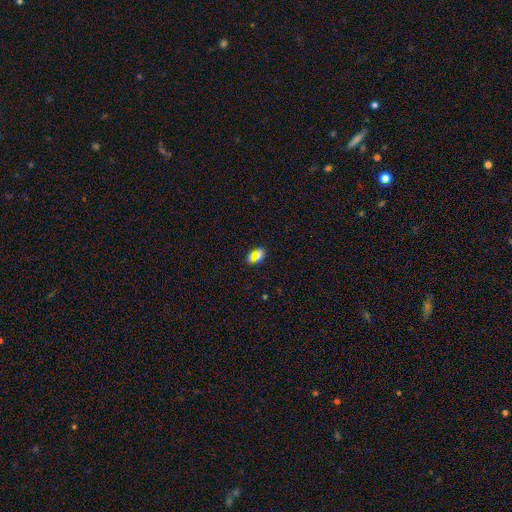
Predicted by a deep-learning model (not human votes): Smooth or featured: smooth — 61% (star or artifact — 26%)
How rounded: in between — 69% (round — 26%)
Merging: none — 62% (merger — 19%)